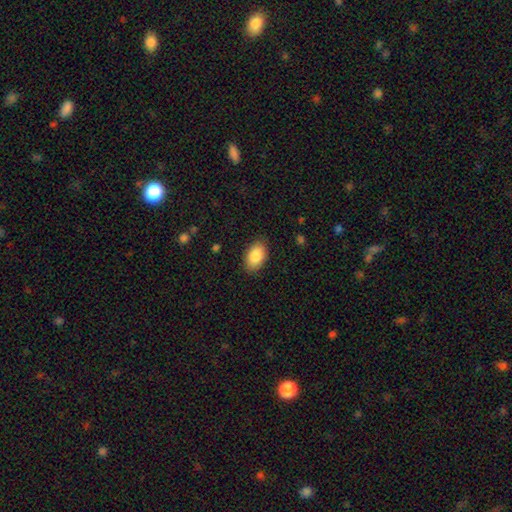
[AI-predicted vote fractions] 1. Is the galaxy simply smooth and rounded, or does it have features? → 87% smooth, 7% featured or disk, 7% star or artifact.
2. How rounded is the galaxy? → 93% in between, 6% round, 1% cigar-shaped.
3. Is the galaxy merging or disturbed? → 87% none, 10% minor disturbance, 2% major disturbance, 1% merger.